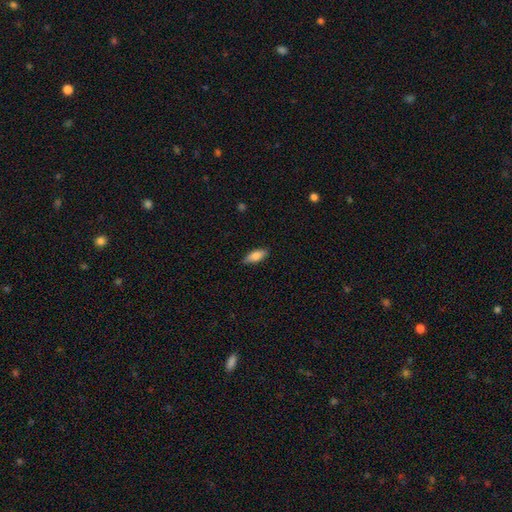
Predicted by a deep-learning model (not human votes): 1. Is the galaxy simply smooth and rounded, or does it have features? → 79% smooth, 14% featured or disk, 6% star or artifact.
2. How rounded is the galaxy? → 74% in between, 23% cigar-shaped, 2% round.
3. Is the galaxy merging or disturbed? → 86% none, 11% minor disturbance, 2% major disturbance, 1% merger.